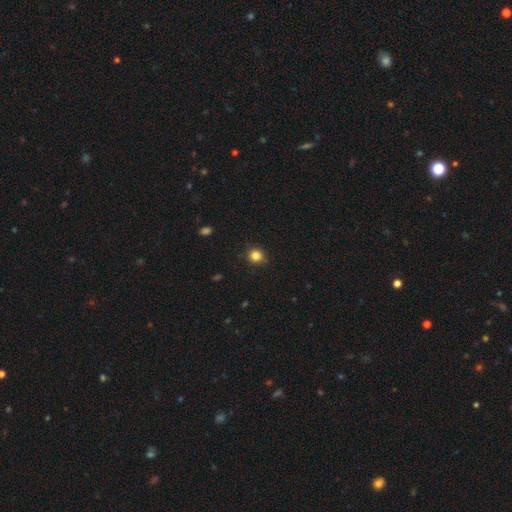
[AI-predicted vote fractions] Smooth or featured? Predicted: smooth (p=0.84). How rounded? Predicted: round (p=0.88). Merging? Predicted: none (p=0.89).